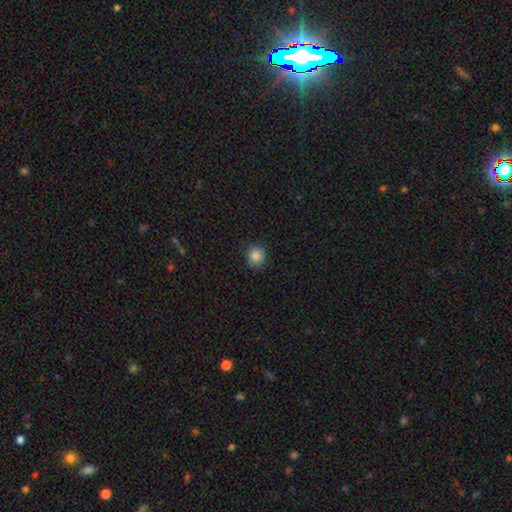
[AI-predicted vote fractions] Smooth or featured? smooth (86%)
How rounded? round (89%)
Merging? none (87%)